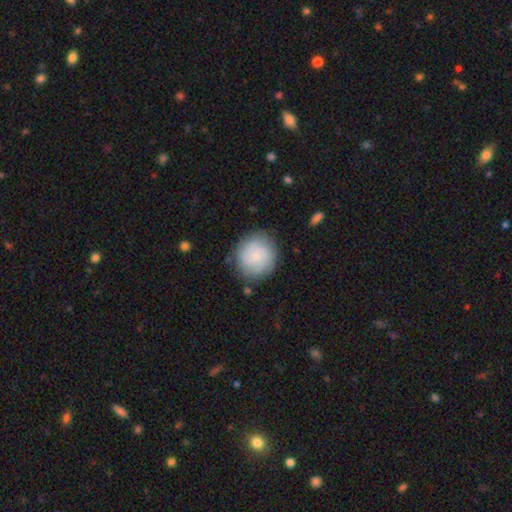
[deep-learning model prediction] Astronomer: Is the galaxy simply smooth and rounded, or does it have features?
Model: featured or disk — 50% (runner-up: smooth, 43%).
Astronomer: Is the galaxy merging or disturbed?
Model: none — 82%.